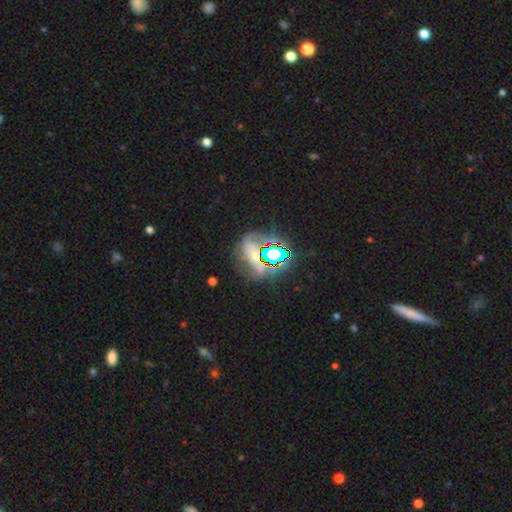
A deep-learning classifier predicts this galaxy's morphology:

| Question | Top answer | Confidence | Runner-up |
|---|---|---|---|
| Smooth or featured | star or artifact | 56% | featured or disk (25%) |